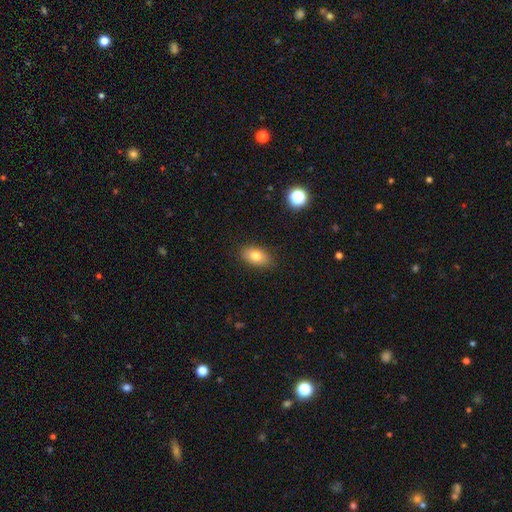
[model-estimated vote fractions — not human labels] Q: Smooth or featured?
A: smooth (80%); runner-up: featured or disk (11%)
Q: How rounded?
A: in between (89%); runner-up: round (9%)
Q: Merging?
A: none (86%); runner-up: minor disturbance (11%)